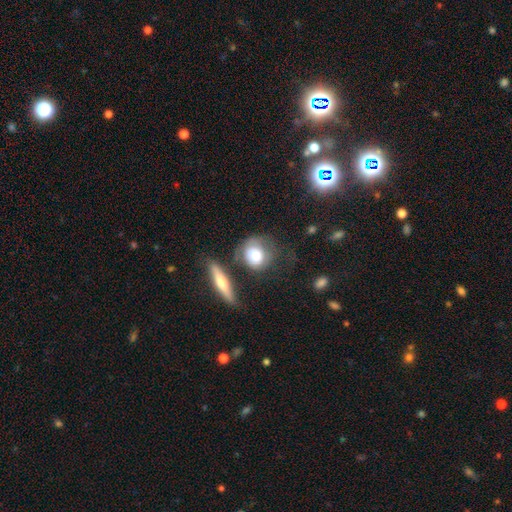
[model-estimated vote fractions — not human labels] Q: Smooth or featured?
A: smooth (67%); runner-up: featured or disk (26%)
Q: How rounded?
A: round (66%); runner-up: in between (31%)
Q: Merging?
A: none (43%); runner-up: minor disturbance (23%)